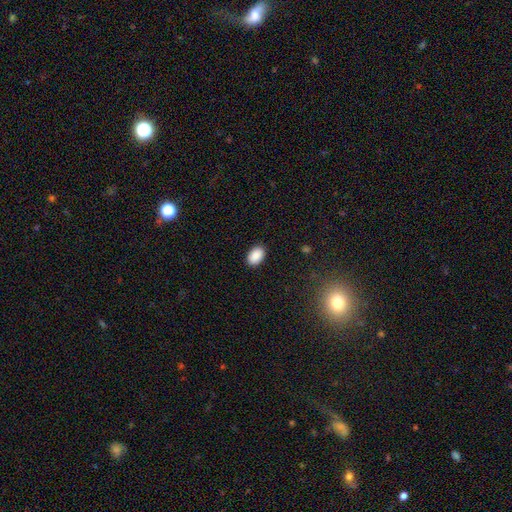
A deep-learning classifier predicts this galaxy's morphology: Smooth or featured?
  - smooth: 90% *
  - star or artifact: 7%
  - featured or disk: 3%
How rounded?
  - in between: 91% *
  - round: 8%
  - cigar-shaped: 1%
Merging?
  - none: 89% *
  - minor disturbance: 8%
  - major disturbance: 2%
  - merger: 1%